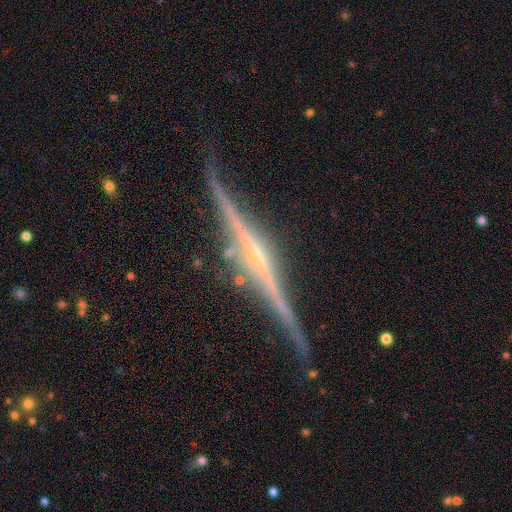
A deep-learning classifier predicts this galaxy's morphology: smooth-or-featured: featured or disk: 89% | smooth: 6% | star or artifact: 5%
  disk-edge-on: yes: 98% | no: 2%
    edge-on-bulge: rounded: 55% | none: 31% | boxy: 15%
  merging: none: 84% | minor disturbance: 12% | major disturbance: 2% | merger: 2%